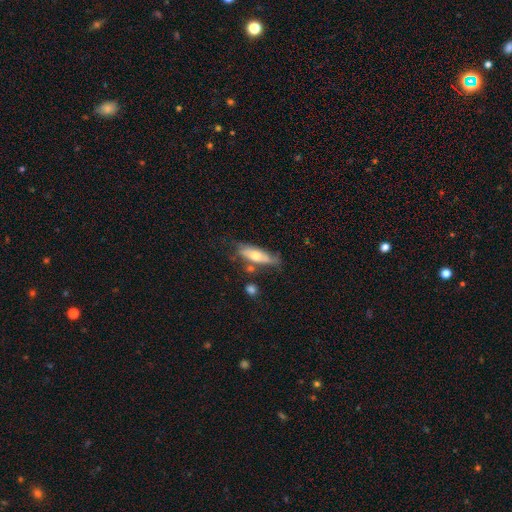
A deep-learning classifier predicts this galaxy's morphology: Smooth or featured?
  - smooth: 55% *
  - featured or disk: 39%
  - star or artifact: 6%
How rounded?
  - cigar-shaped: 49% *
  - in between: 48%
  - round: 3%
Merging?
  - none: 54% *
  - minor disturbance: 26%
  - major disturbance: 10%
  - merger: 10%